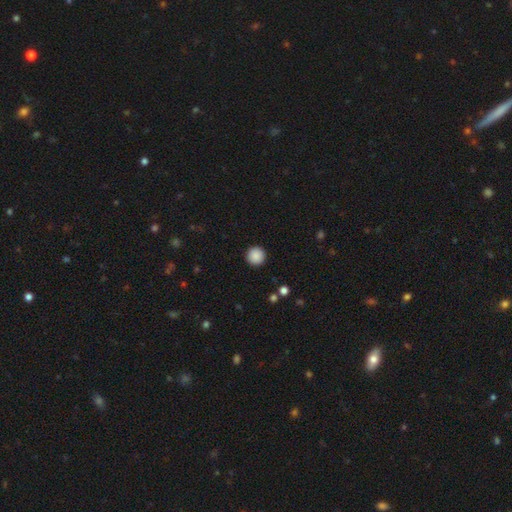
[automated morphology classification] smooth_or_featured: smooth (p=0.89) [alt: star or artifact p=0.09]
how_rounded: round (p=0.96) [alt: in between p=0.03]
merging: none (p=0.93) [alt: minor disturbance p=0.04]